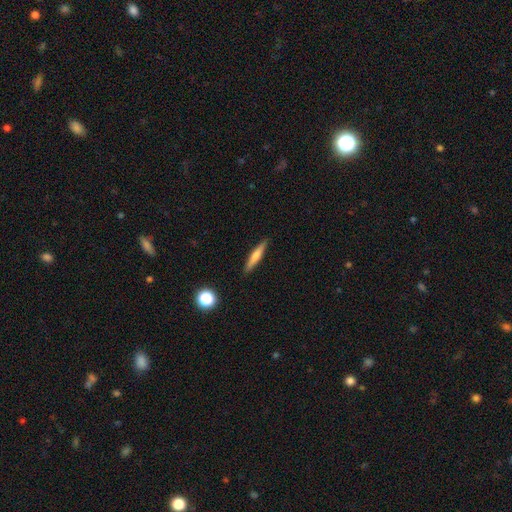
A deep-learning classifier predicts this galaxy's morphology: A smooth galaxy with no disk features (60%) that is cigar-shaped (90%). Merging: none (90%).